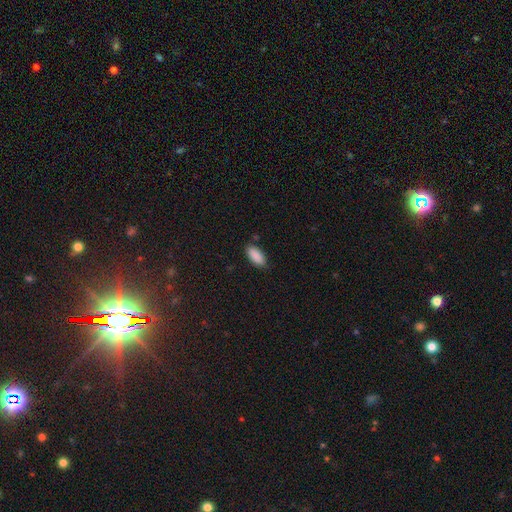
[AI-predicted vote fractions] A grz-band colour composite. It shows a smooth galaxy with no disk features (90%) that is in between round and cigar-shaped (89%). Merging: none (84%).